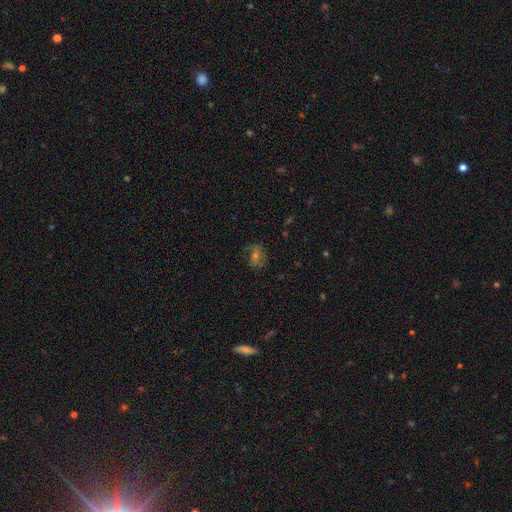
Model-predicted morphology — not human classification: Smooth or featured?
  - featured or disk: 44% *
  - smooth: 33%
  - star or artifact: 23%
Merging?
  - none: 74% *
  - minor disturbance: 17%
  - major disturbance: 8%
  - merger: 2%